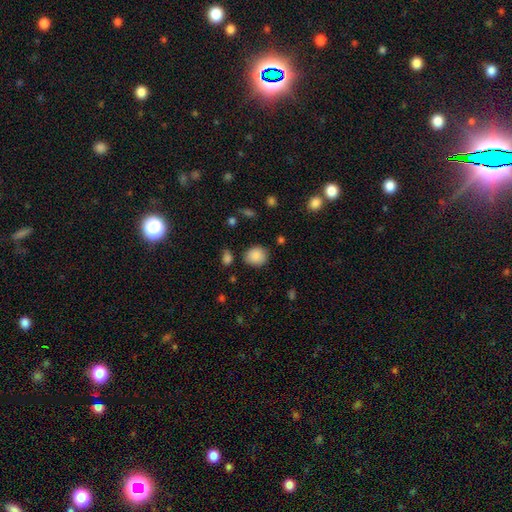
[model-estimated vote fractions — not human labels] Smooth or featured? Predicted: smooth (p=0.87). How rounded? Predicted: round (p=0.69). Merging? Predicted: none (p=0.81).